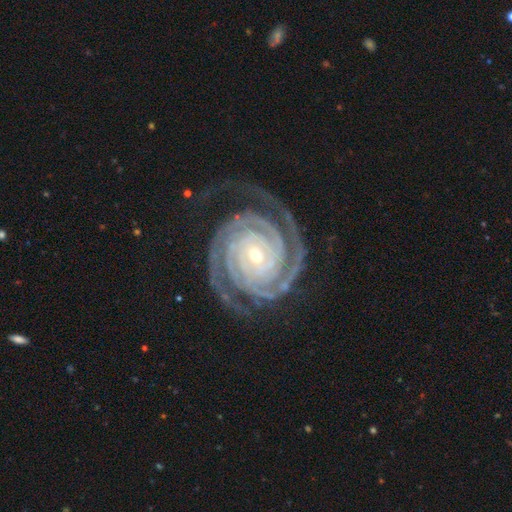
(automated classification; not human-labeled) Morphology: type=featured or disk (94%); edge-on=no (98%); bar=no (59%); spiral arms=yes (99%); winding=tight (88%); arm count=2 (59%); bulge=small (74%); merging=none (79%).